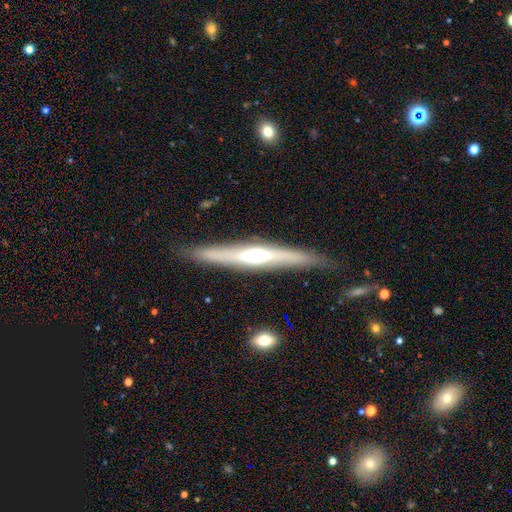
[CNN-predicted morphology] A featured or disk galaxy (68%) viewed edge-on (94%) with a rounded central bulge (83%). Merging: none (87%).